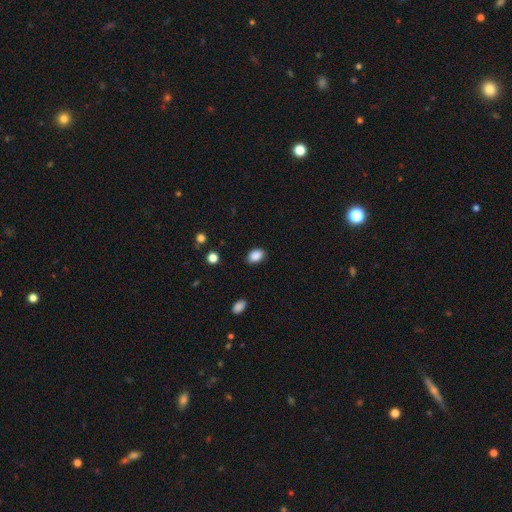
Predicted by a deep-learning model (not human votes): Smooth or featured?
  - smooth: 88% *
  - star or artifact: 8%
  - featured or disk: 3%
How rounded?
  - in between: 81% *
  - round: 17%
  - cigar-shaped: 1%
Merging?
  - none: 86% *
  - minor disturbance: 10%
  - major disturbance: 3%
  - merger: 1%